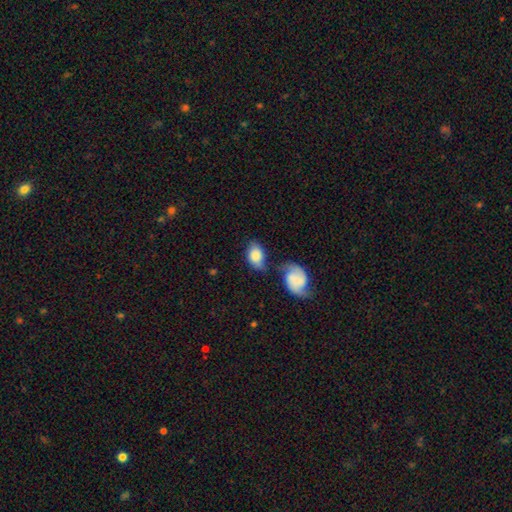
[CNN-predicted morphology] This is likely a smooth galaxy (76%). How rounded: clearly in between (85%). Merging: marginally none (36%).